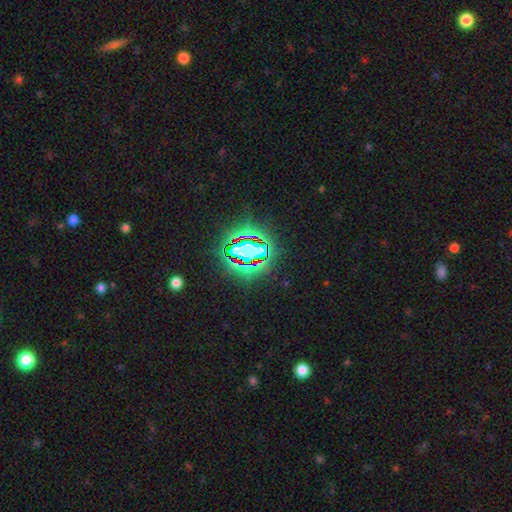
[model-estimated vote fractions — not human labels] smooth_or_featured: star or artifact (p=0.82) [alt: smooth p=0.11]